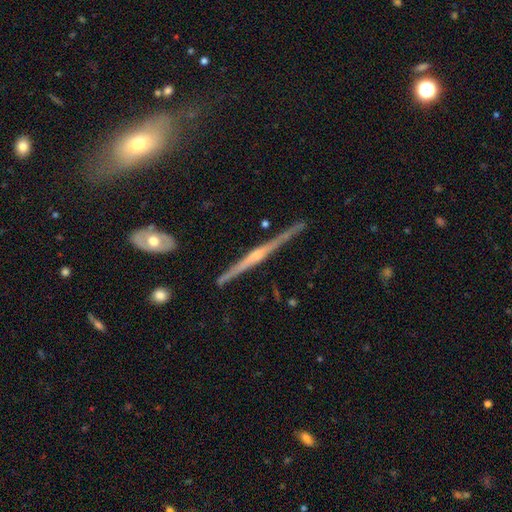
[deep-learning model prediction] Morphology: type=featured or disk (84%); edge-on=yes (98%); edge-on bulge=rounded (75%); merging=none (88%).